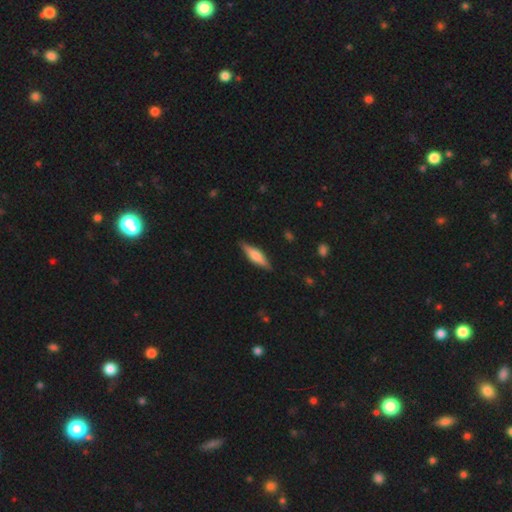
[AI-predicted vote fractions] Smooth or featured?
  - smooth: 49% *
  - featured or disk: 45%
  - star or artifact: 6%
Merging?
  - none: 87% *
  - minor disturbance: 10%
  - major disturbance: 2%
  - merger: 1%